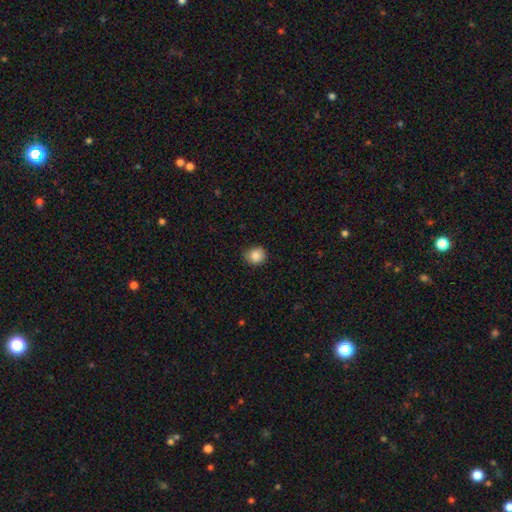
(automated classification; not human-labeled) The model was most divided on "merging": none: 76%, minor disturbance: 20%, major disturbance: 3%, merger: 1%. More confident: smooth or featured — smooth (86%); how rounded — round (79%).